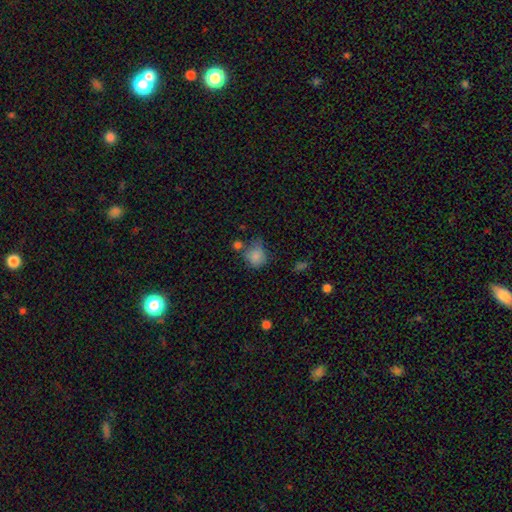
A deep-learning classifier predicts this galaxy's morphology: Smooth or featured: smooth — 81% (star or artifact — 10%)
How rounded: round — 71% (in between — 28%)
Merging: none — 48% (minor disturbance — 29%)